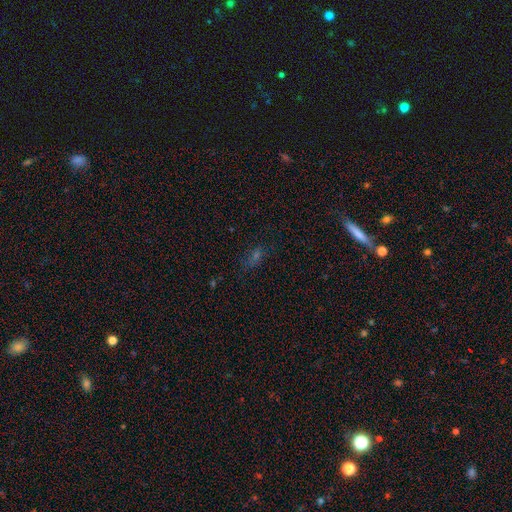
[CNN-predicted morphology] Smooth or featured?
  - smooth: 41% *
  - star or artifact: 37%
  - featured or disk: 22%
Merging?
  - none: 73% *
  - minor disturbance: 16%
  - major disturbance: 7%
  - merger: 4%